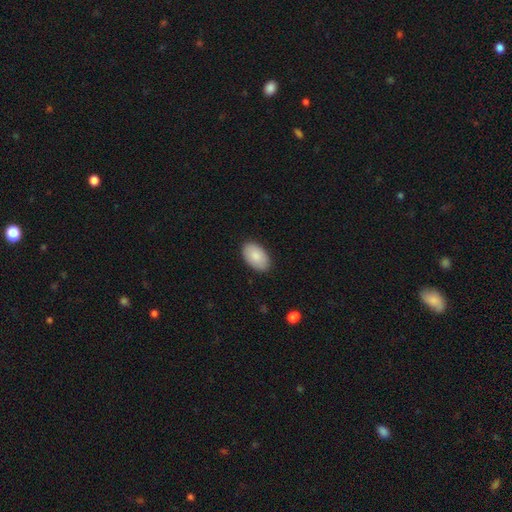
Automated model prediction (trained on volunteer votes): smooth 87%, featured or disk 7%, star or artifact 6%. Down the decision tree: how rounded — in between (94%); merging — none (87%).